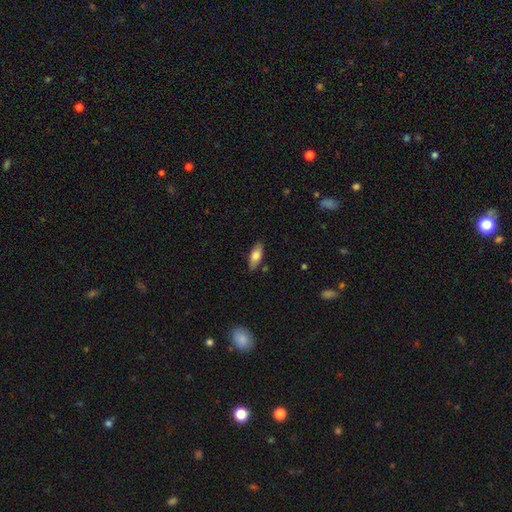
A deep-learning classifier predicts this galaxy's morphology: Overall: smooth (76%). How rounded: in between (79%). Merging: none (82%).